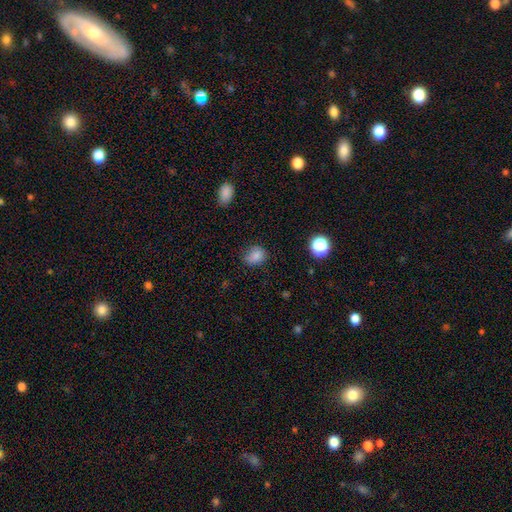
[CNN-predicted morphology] smooth 83%, star or artifact 12%, featured or disk 5%. Down the decision tree: how rounded — in between (50%); merging — none (66%).